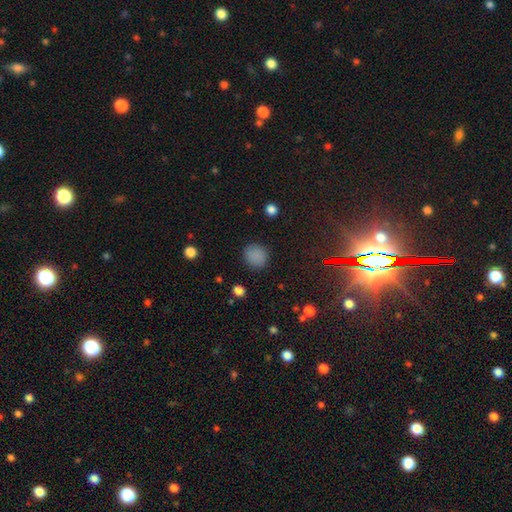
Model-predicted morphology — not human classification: This is clearly a smooth galaxy (84%). How rounded: clearly round (85%). Merging: clearly none (87%).